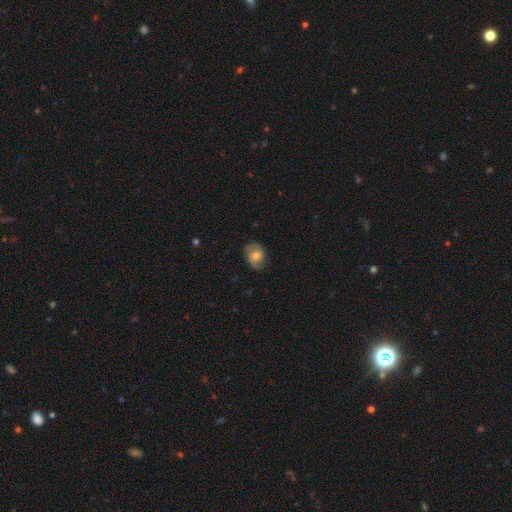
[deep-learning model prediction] Smooth or featured?
  - smooth: 48% *
  - featured or disk: 44%
  - star or artifact: 8%
Merging?
  - none: 71% *
  - minor disturbance: 21%
  - major disturbance: 7%
  - merger: 1%